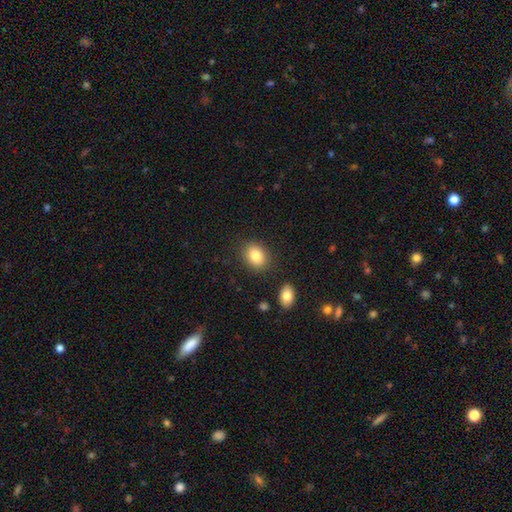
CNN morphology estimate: This appears to be a smooth galaxy with no disk features (83%) that is in between round and cigar-shaped (66%). Merging: none (83%).